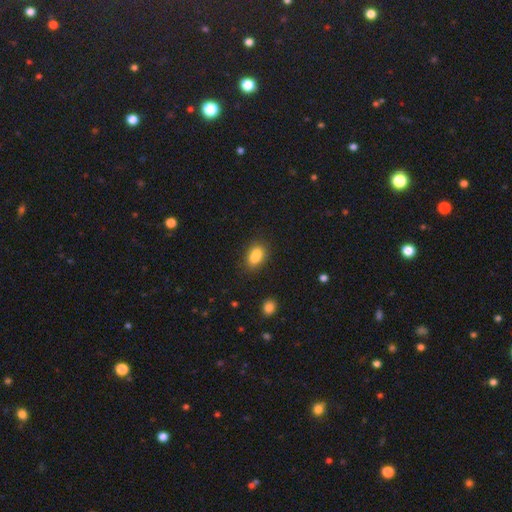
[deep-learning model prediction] smooth 83%, star or artifact 10%, featured or disk 8%. Down the decision tree: how rounded — in between (82%); merging — none (66%).